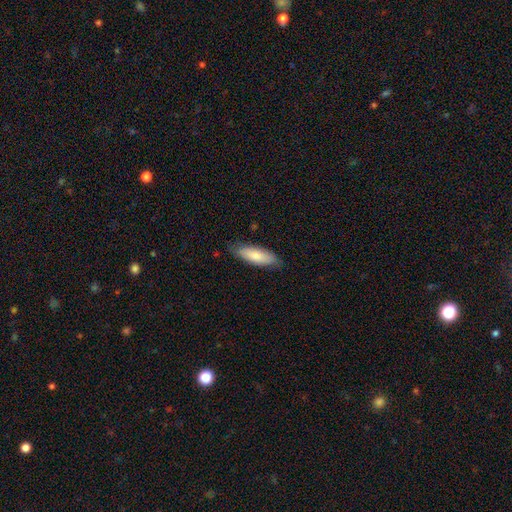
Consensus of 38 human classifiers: Smooth or featured?
  - smooth: 74% *
  - featured or disk: 18%
  - star or artifact: 8%
How rounded?
  - in between: 79% *
  - cigar-shaped: 18%
  - round: 4%
Merging?
  - none: 71% *
  - minor disturbance: 23%
  - major disturbance: 6%
  - merger: 0%